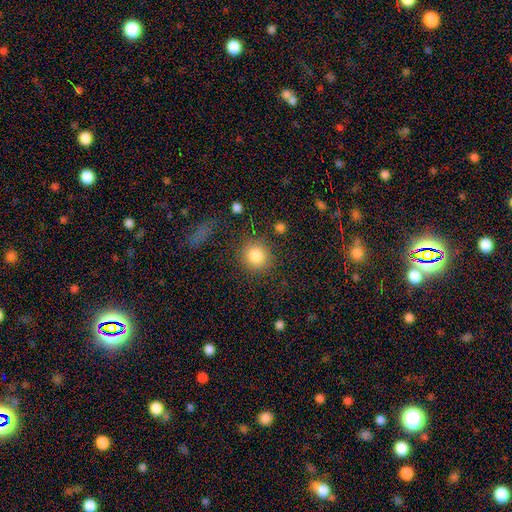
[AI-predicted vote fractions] The model was most divided on "merging": none: 83%, minor disturbance: 9%, major disturbance: 4%, merger: 3%. More confident: how rounded — round (88%); smooth or featured — smooth (84%).